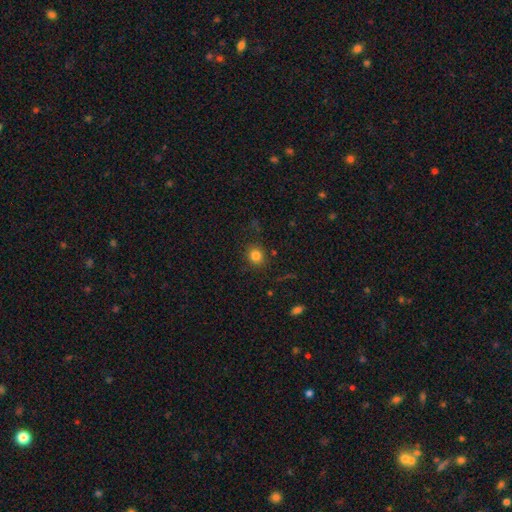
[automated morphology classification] The model was most divided on "how rounded": round: 83%, in between: 16%, cigar-shaped: 1%. More confident: merging — none (87%); smooth or featured — smooth (83%).